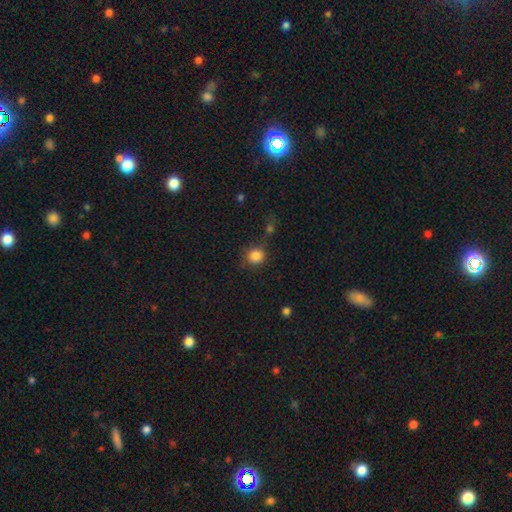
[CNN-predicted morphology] smooth-or-featured: smooth: 85% | star or artifact: 11% | featured or disk: 4%
  how-rounded: round: 89% | in between: 10% | cigar-shaped: 1%
  merging: none: 74% | minor disturbance: 13% | merger: 7% | major disturbance: 6%